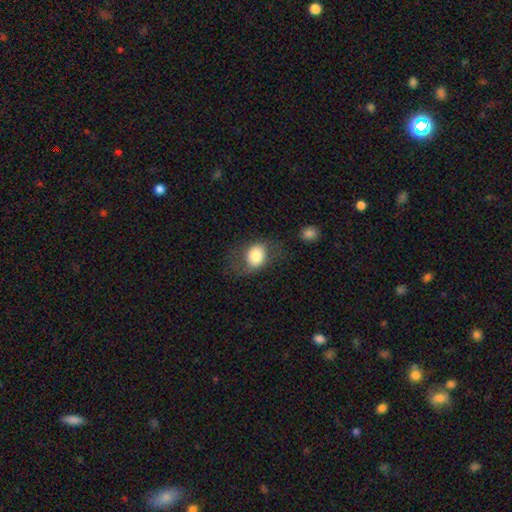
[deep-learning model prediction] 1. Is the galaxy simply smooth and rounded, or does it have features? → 75% smooth, 18% featured or disk, 7% star or artifact.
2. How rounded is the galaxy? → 53% in between, 46% round, 1% cigar-shaped.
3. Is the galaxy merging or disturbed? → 59% none, 22% minor disturbance, 16% major disturbance, 3% merger.